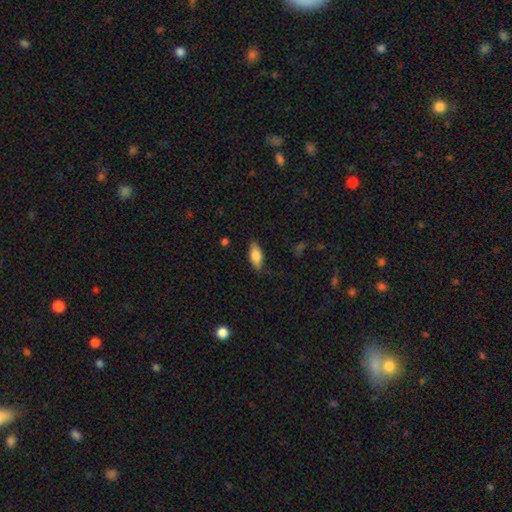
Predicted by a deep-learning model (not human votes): The model was most divided on "smooth or featured": smooth: 77%, featured or disk: 16%, star or artifact: 7%. More confident: how rounded — in between (81%); merging — none (79%).